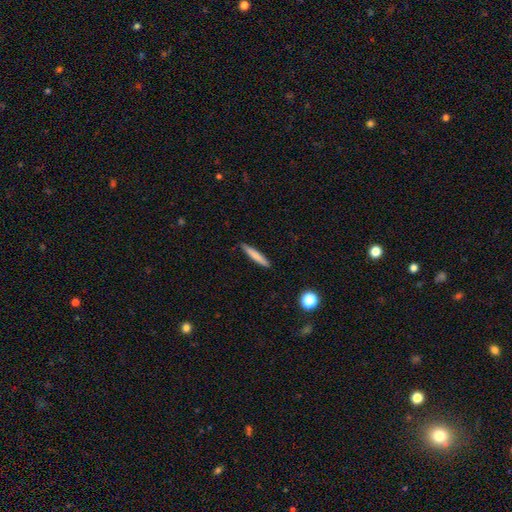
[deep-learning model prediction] Smooth or featured?
  - smooth: 77% *
  - featured or disk: 17%
  - star or artifact: 6%
How rounded?
  - cigar-shaped: 94% *
  - in between: 5%
  - round: 1%
Merging?
  - none: 89% *
  - minor disturbance: 8%
  - major disturbance: 2%
  - merger: 1%